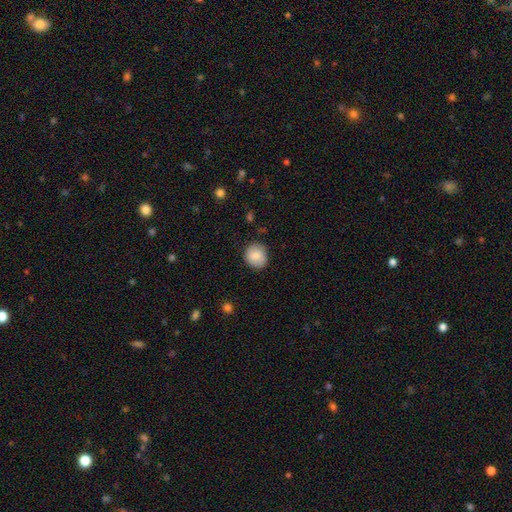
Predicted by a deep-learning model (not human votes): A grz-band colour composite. It shows a smooth galaxy with no disk features (85%) that is round (77%). Merging: none (83%).